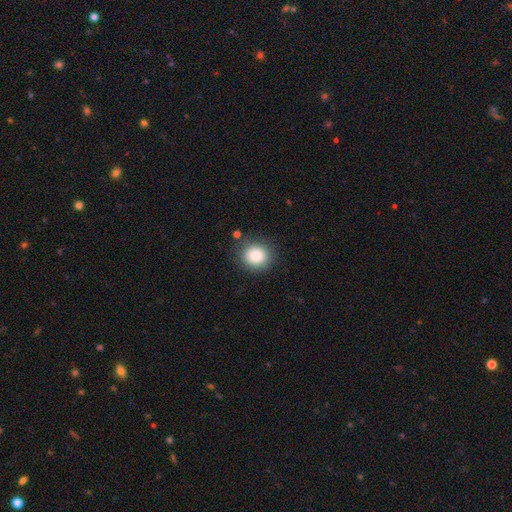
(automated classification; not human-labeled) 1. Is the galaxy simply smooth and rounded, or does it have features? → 85% smooth, 10% star or artifact, 5% featured or disk.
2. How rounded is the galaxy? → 84% round, 15% in between, 1% cigar-shaped.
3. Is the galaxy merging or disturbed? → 85% none, 9% minor disturbance, 3% major disturbance, 2% merger.